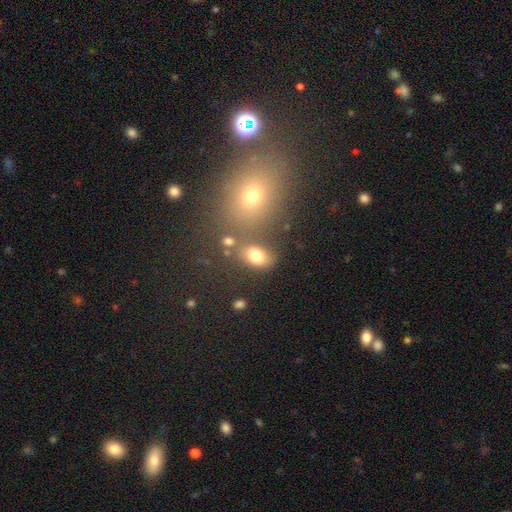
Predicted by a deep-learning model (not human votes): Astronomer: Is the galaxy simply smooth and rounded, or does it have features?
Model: smooth — 78%.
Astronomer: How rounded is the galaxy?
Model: in between — 75%.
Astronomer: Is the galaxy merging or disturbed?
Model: none — 65%.